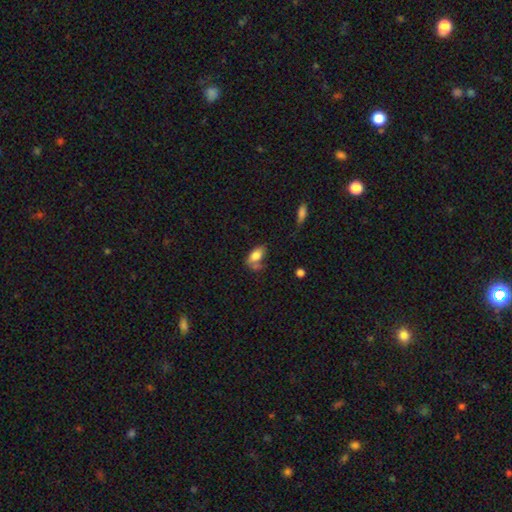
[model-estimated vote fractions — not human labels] A smooth galaxy with no disk features (77%) that is in between round and cigar-shaped (90%).

Vote fractions:
- Smooth or featured? smooth: 77% / featured or disk: 15% / star or artifact: 8%
- How rounded? in between: 90% / round: 6% / cigar-shaped: 5%
- Merging? none: 40% / minor disturbance: 24% / merger: 20% / major disturbance: 16%